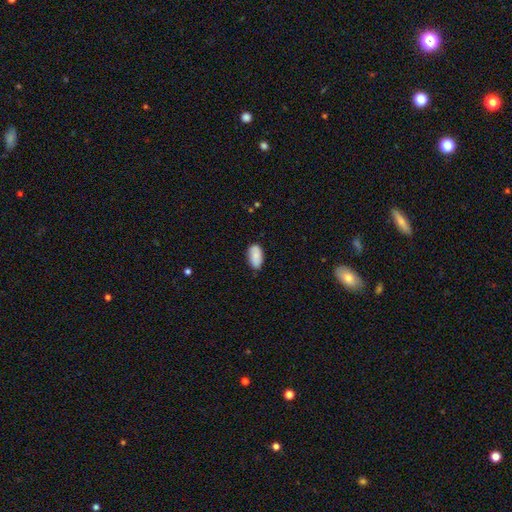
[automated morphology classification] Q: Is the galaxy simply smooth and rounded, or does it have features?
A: smooth — 84%.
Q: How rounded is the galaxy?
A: in between — 94%.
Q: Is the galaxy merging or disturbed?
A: none — 76%.